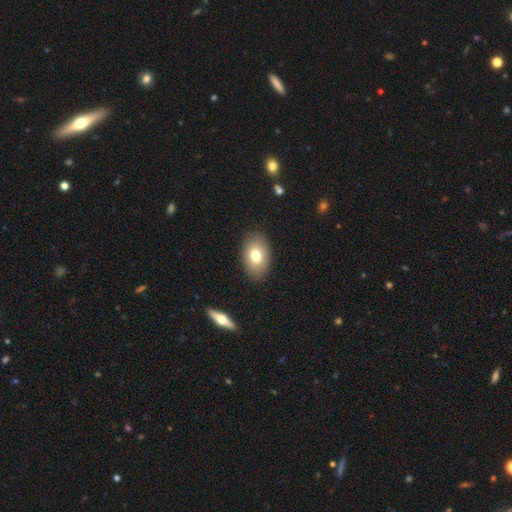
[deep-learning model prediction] A smooth galaxy with no disk features (74%) that is in between round and cigar-shaped (88%).

Vote fractions:
- Smooth or featured? smooth: 74% / featured or disk: 18% / star or artifact: 8%
- How rounded? in between: 88% / round: 10% / cigar-shaped: 1%
- Merging? none: 87% / minor disturbance: 9% / major disturbance: 3% / merger: 1%